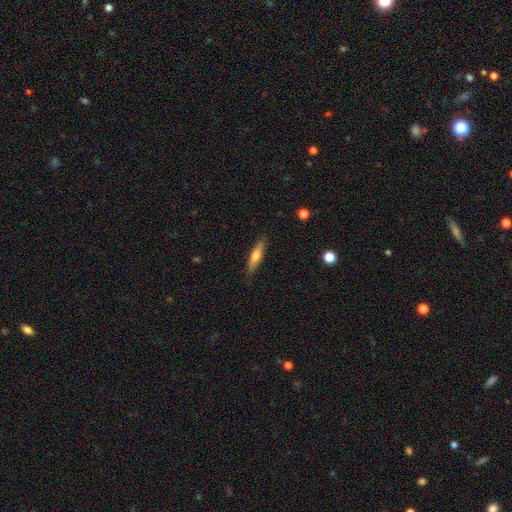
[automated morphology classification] smooth-or-featured: smooth: 53% | featured or disk: 41% | star or artifact: 6%
  how-rounded: cigar-shaped: 81% | in between: 17% | round: 2%
  merging: none: 87% | minor disturbance: 10% | major disturbance: 2% | merger: 1%